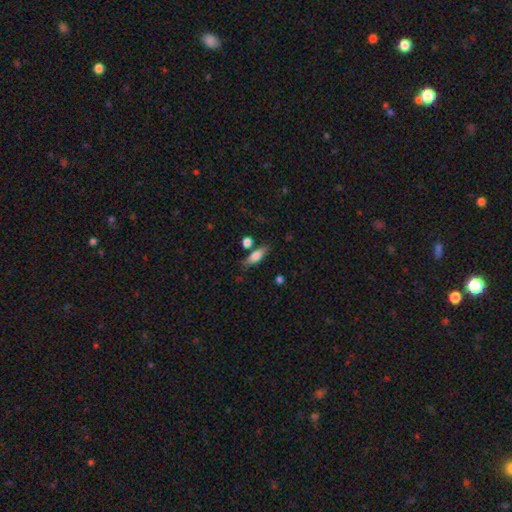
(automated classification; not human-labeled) Q: Smooth or featured?
A: smooth (77%); runner-up: featured or disk (15%)
Q: How rounded?
A: in between (64%); runner-up: cigar-shaped (32%)
Q: Merging?
A: none (71%); runner-up: minor disturbance (15%)